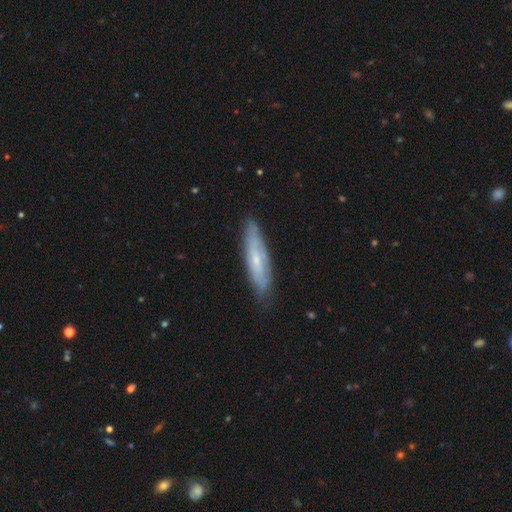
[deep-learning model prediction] smooth_or_featured: featured or disk (p=0.46) [alt: smooth p=0.45]
merging: none (p=0.85) [alt: minor disturbance p=0.11]